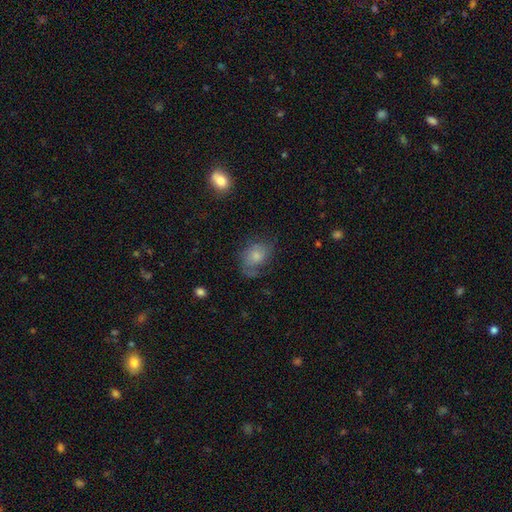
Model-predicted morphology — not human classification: Smooth or featured: smooth — 55% (featured or disk — 35%)
How rounded: in between — 67% (round — 31%)
Merging: none — 49% (minor disturbance — 27%)